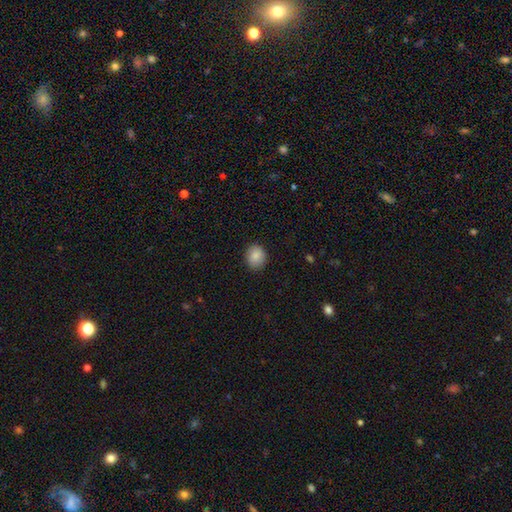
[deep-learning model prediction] Smooth or featured?
  - smooth: 87% *
  - star or artifact: 8%
  - featured or disk: 5%
How rounded?
  - round: 64% *
  - in between: 35%
  - cigar-shaped: 1%
Merging?
  - none: 88% *
  - minor disturbance: 9%
  - major disturbance: 2%
  - merger: 1%